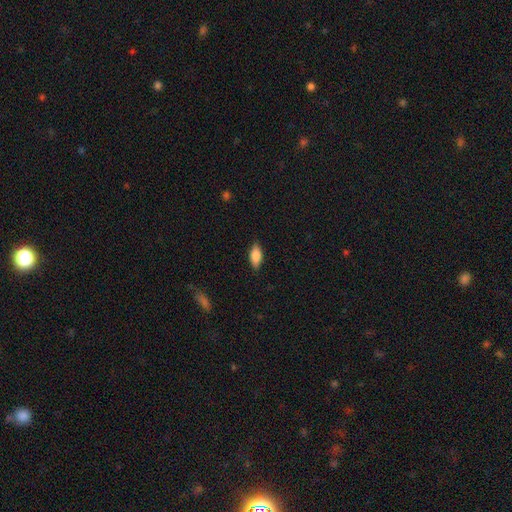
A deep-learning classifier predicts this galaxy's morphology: The model was most divided on "smooth or featured": smooth: 80%, featured or disk: 13%, star or artifact: 7%. More confident: merging — none (83%); how rounded — in between (83%).